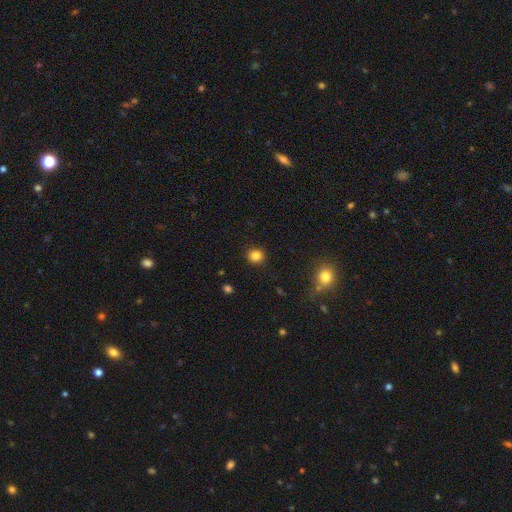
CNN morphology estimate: smooth-or-featured: smooth: 83% | star or artifact: 12% | featured or disk: 4%
  how-rounded: round: 90% | in between: 9% | cigar-shaped: 1%
  merging: none: 90% | minor disturbance: 6% | major disturbance: 2% | merger: 1%